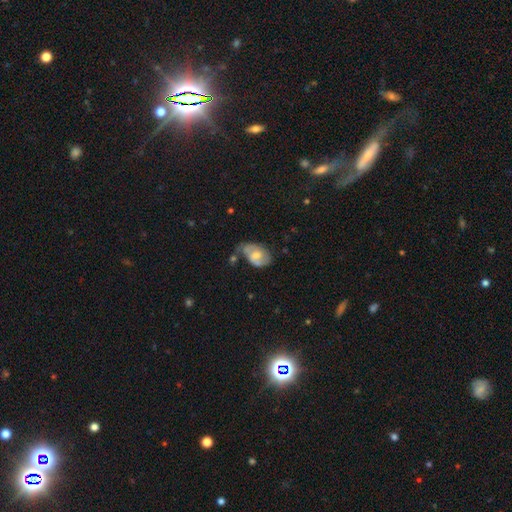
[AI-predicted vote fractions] Smooth or featured: featured or disk — 59% (smooth — 34%)
Edge-on disk: no — 96% (yes — 4%)
Bar: weak — 48% (no — 39%)
Spiral arms: yes — 77% (no — 23%)
Bulge size: moderate — 51% (small — 30%)
Merging: none — 38% (minor disturbance — 32%)